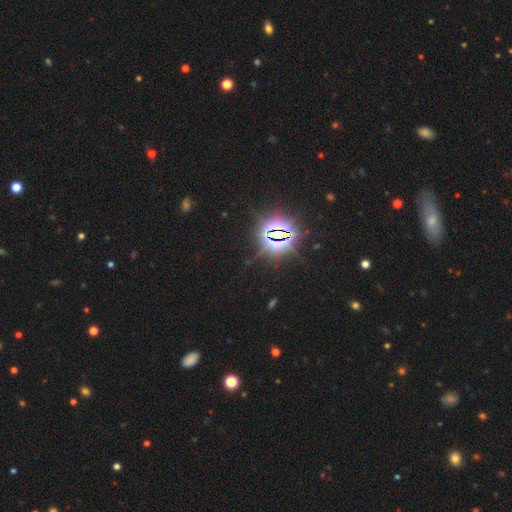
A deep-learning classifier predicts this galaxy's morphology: Smooth or featured?
  - star or artifact: 83% *
  - smooth: 10%
  - featured or disk: 7%